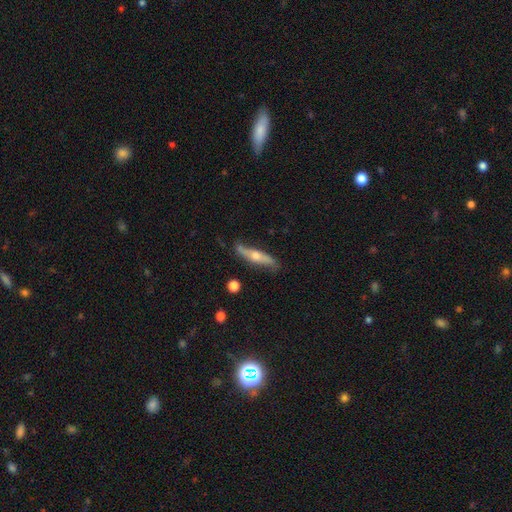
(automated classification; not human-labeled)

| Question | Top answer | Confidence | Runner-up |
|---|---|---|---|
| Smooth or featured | featured or disk | 61% | smooth (33%) |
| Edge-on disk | yes | 76% | no (24%) |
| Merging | none | 72% | minor disturbance (21%) |